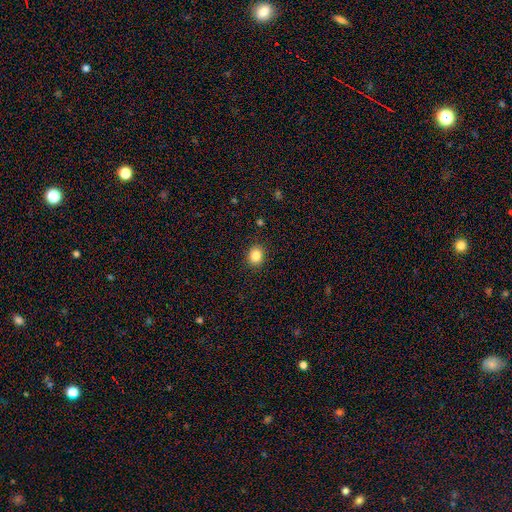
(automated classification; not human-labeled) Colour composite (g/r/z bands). It shows a smooth galaxy with no disk features (85%) that is round (63%). Merging: none (90%).